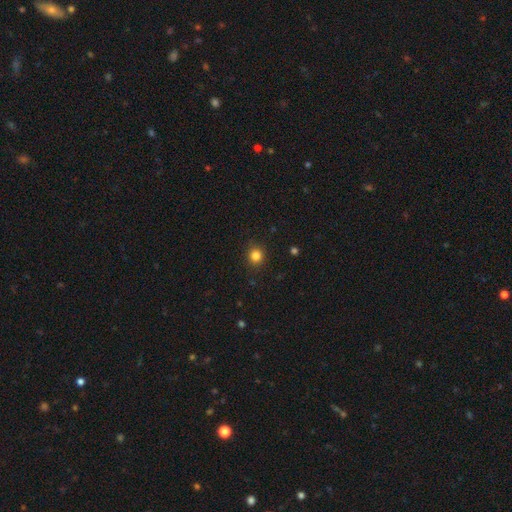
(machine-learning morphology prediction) A smooth galaxy with no disk features (83%) that is round (88%). Merging: none (90%).